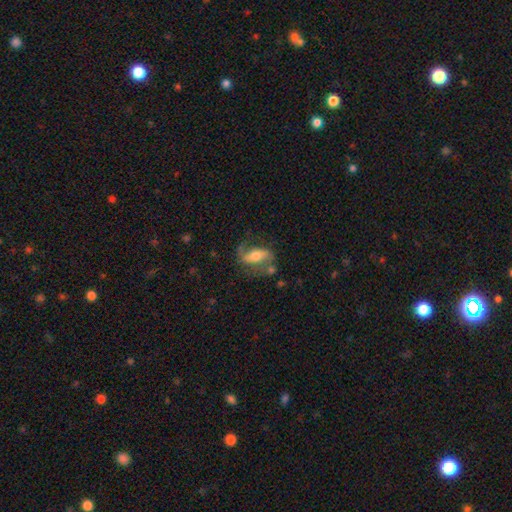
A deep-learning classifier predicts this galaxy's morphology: Smooth or featured?
  - featured or disk: 67% *
  - smooth: 26%
  - star or artifact: 7%
Edge-on disk?
  - no: 91% *
  - yes: 9%
Bar?
  - strong: 41% *
  - weak: 32%
  - no: 27%
Spiral arms?
  - yes: 85% *
  - no: 15%
Spiral winding?
  - loose: 49% *
  - medium: 38%
  - tight: 12%
Spiral arm count?
  - 2: 83% *
  - 1: 10%
  - can't tell: 5%
  - 3: 1%
  - 4: 1%
  - more than 4: 1%
Bulge size?
  - moderate: 61% *
  - small: 20%
  - large: 14%
  - none: 2%
  - dominant: 2%
Merging?
  - none: 59% *
  - minor disturbance: 20%
  - major disturbance: 16%
  - merger: 6%